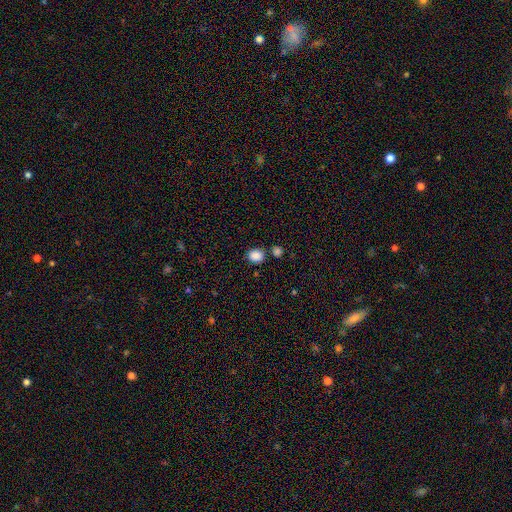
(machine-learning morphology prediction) Smooth or featured?
  - smooth: 87% *
  - star or artifact: 10%
  - featured or disk: 3%
How rounded?
  - round: 61% *
  - in between: 38%
  - cigar-shaped: 1%
Merging?
  - none: 73% *
  - merger: 12%
  - minor disturbance: 11%
  - major disturbance: 3%